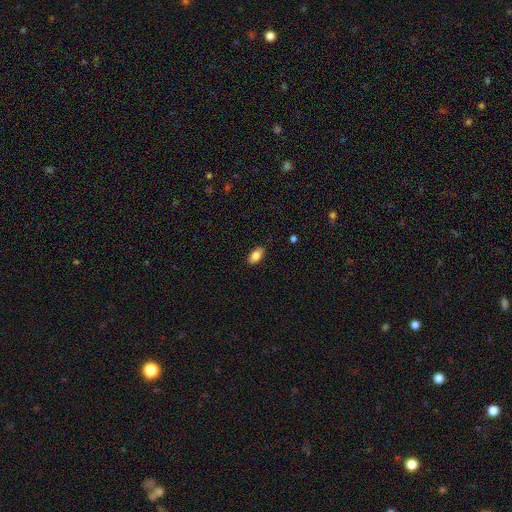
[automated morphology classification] smooth 83%, featured or disk 10%, star or artifact 7%. Down the decision tree: how rounded — in between (91%); merging — none (87%).